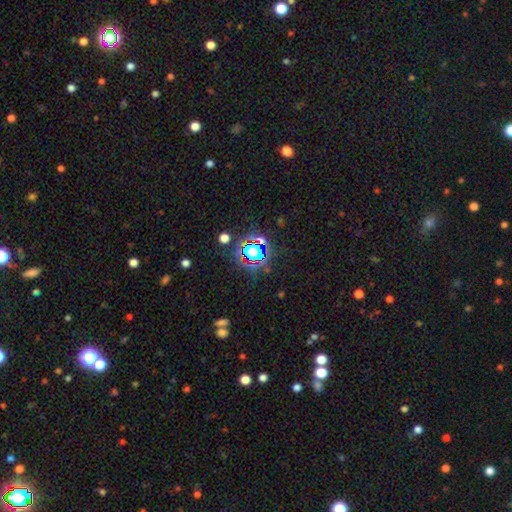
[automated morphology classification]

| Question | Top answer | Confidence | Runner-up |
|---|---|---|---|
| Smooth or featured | star or artifact | 61% | smooth (27%) |